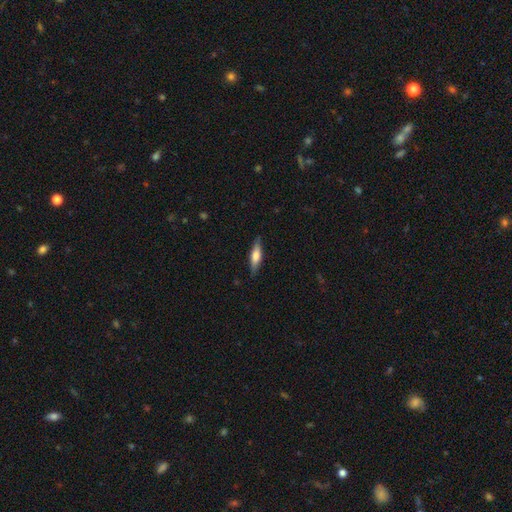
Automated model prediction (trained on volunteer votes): The model was most divided on "smooth or featured": smooth: 55%, featured or disk: 39%, star or artifact: 6%. More confident: merging — none (85%); how rounded — cigar-shaped (66%).